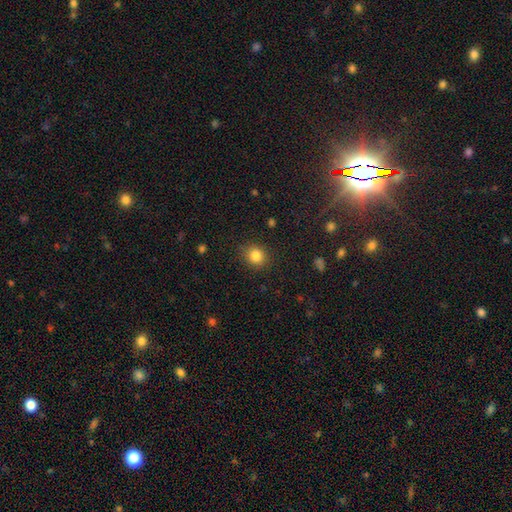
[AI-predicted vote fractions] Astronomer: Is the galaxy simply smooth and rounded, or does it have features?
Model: smooth — 84%.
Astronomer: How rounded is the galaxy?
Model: round — 76%.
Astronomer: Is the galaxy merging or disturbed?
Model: none — 85%.